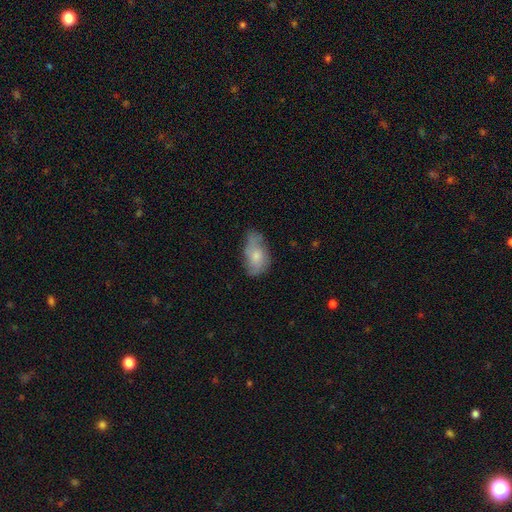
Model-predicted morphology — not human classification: The model was most divided on "merging": none: 47%, minor disturbance: 36%, major disturbance: 14%, merger: 2%. More confident: how rounded — in between (91%); smooth or featured — smooth (60%).